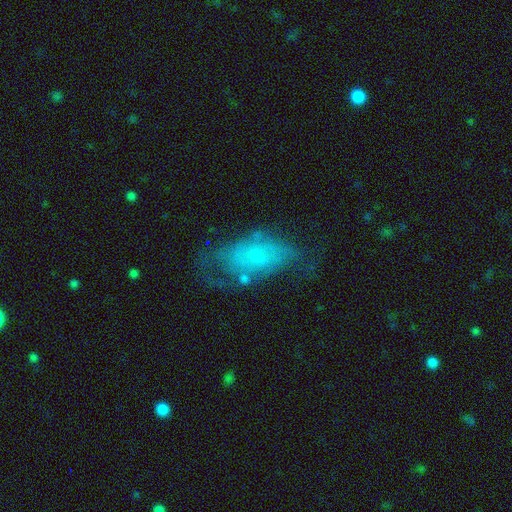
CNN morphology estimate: Overall: featured or disk (51%; smooth 39%). Edge-on disk: no (94%). Merging: none (39%; major disturbance 28%).